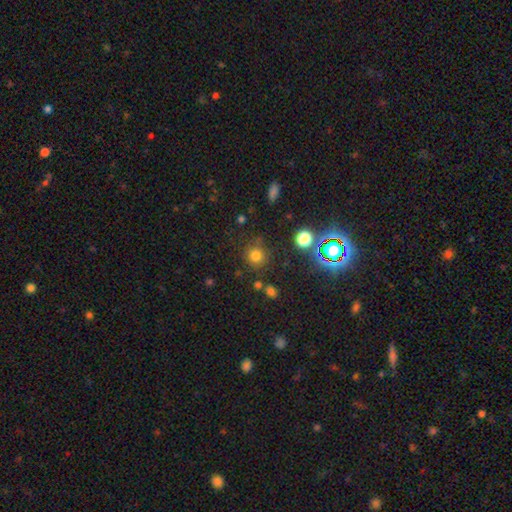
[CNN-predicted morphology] type=smooth (73%); roundness=round (91%); merging=none (78%).